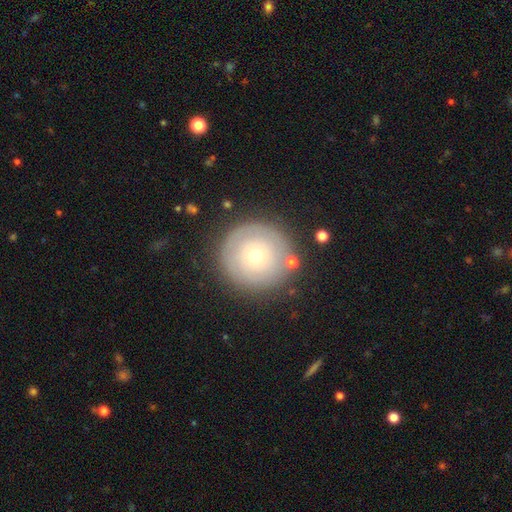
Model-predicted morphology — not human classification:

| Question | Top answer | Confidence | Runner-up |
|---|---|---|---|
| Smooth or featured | smooth | 57% | featured or disk (34%) |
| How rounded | round | 96% | in between (3%) |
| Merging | none | 83% | minor disturbance (10%) |